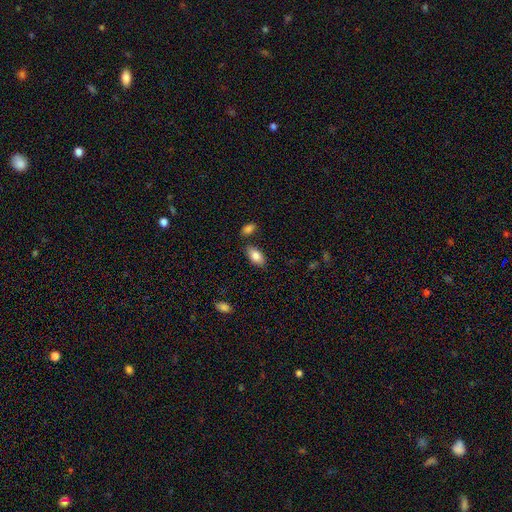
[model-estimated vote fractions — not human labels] The model was most divided on "merging": none: 78%, minor disturbance: 12%, merger: 7%, major disturbance: 3%. More confident: how rounded — in between (94%); smooth or featured — smooth (85%).